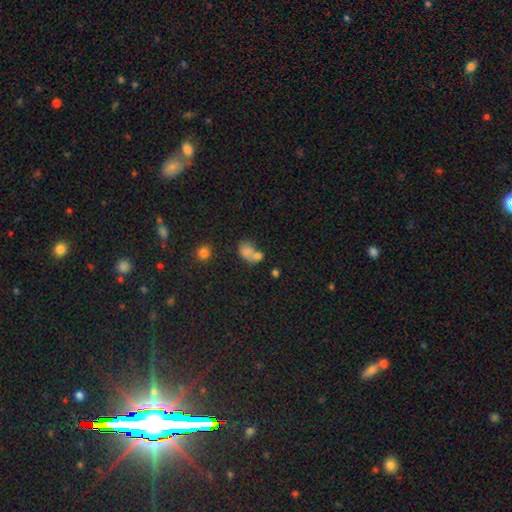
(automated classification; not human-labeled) Smooth or featured?
  - smooth: 72% *
  - featured or disk: 15%
  - star or artifact: 13%
How rounded?
  - in between: 70% *
  - round: 29%
  - cigar-shaped: 2%
Merging?
  - merger: 57% *
  - none: 24%
  - minor disturbance: 11%
  - major disturbance: 8%